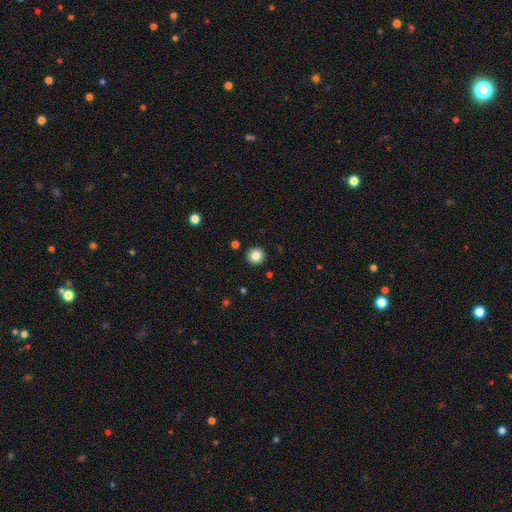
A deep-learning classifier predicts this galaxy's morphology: This is clearly a smooth galaxy (84%). How rounded: clearly round (94%). Merging: clearly none (92%).